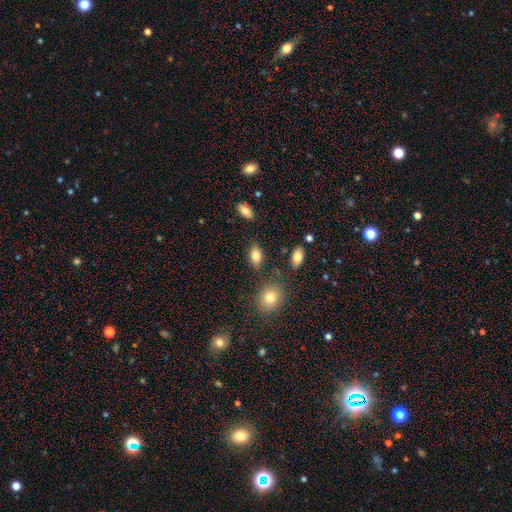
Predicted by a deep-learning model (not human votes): This appears to be a smooth galaxy with no disk features (81%) that is in between round and cigar-shaped (87%). Merging: none (78%).